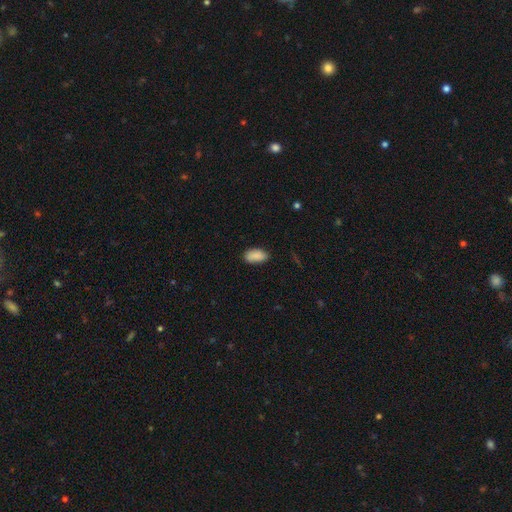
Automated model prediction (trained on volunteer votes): Overall: smooth (89%). How rounded: in between (93%). Merging: none (84%).